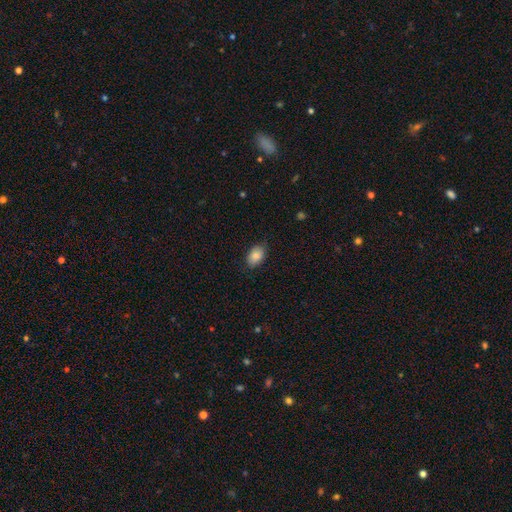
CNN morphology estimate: A smooth galaxy with no disk features (87%) that is in between round and cigar-shaped (88%). Merging: none (84%).